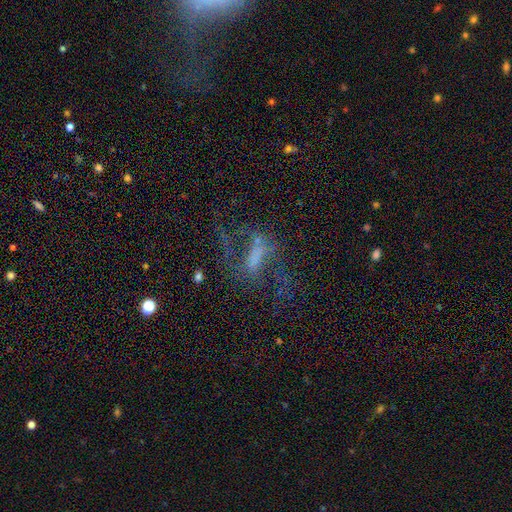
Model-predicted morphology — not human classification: Smooth or featured? featured or disk (58%)
Edge-on disk? no (88%)
Bar? strong (37%)
Spiral arms? yes (62%)
Bulge size? none (44%)
Merging? none (48%)